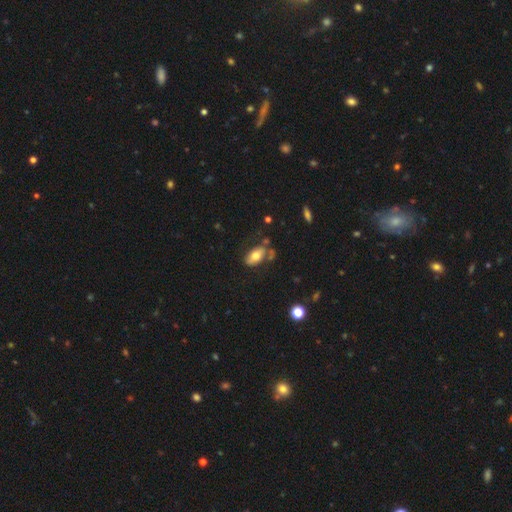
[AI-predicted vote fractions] Smooth or featured?
  - smooth: 69% *
  - featured or disk: 24%
  - star or artifact: 7%
How rounded?
  - in between: 91% *
  - cigar-shaped: 5%
  - round: 4%
Merging?
  - none: 56% *
  - minor disturbance: 21%
  - merger: 13%
  - major disturbance: 10%